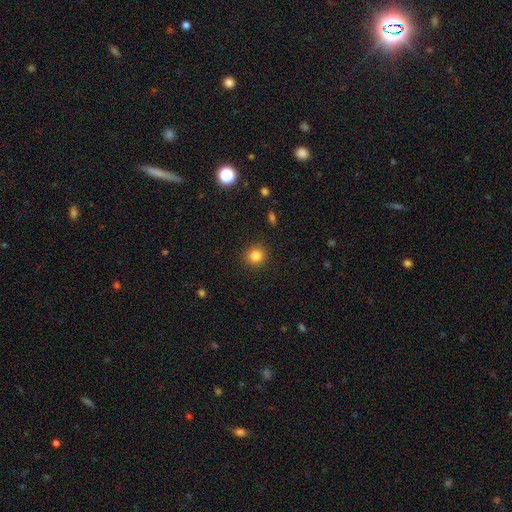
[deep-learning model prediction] smooth_or_featured: smooth (p=0.84) [alt: star or artifact p=0.11]
how_rounded: round (p=0.89) [alt: in between p=0.11]
merging: none (p=0.90) [alt: minor disturbance p=0.06]